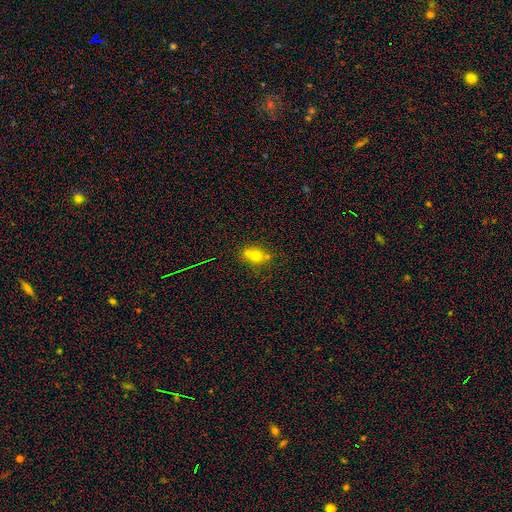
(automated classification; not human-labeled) Smooth or featured? Predicted: smooth (p=0.67). How rounded? Predicted: round (p=0.67). Merging? Predicted: none (p=0.44).